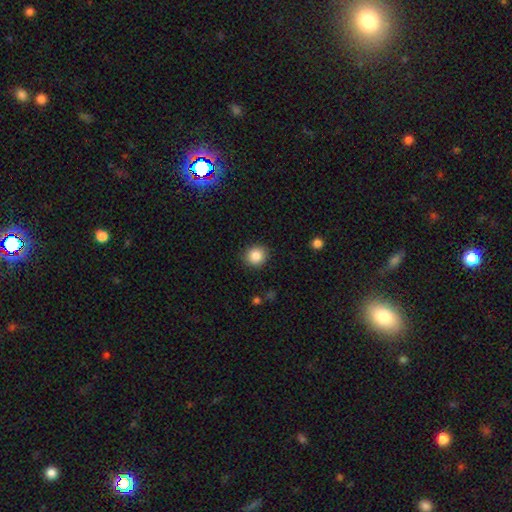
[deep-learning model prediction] Morphology: type=smooth (85%); roundness=round (88%); merging=none (90%).